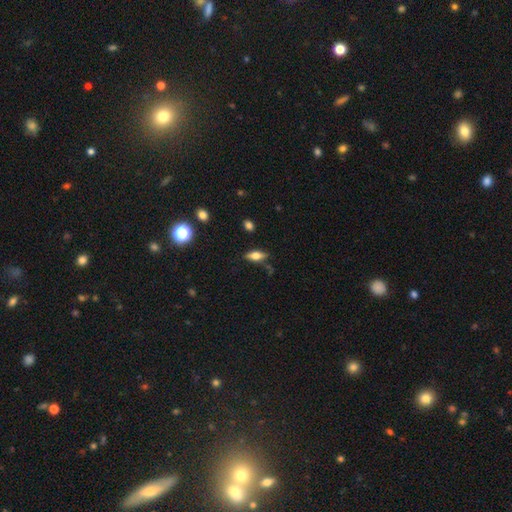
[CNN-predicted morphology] A smooth galaxy with no disk features (57%) that is in between round and cigar-shaped (73%).

Vote fractions:
- Smooth or featured? smooth: 57% / featured or disk: 33% / star or artifact: 10%
- How rounded? in between: 73% / cigar-shaped: 22% / round: 4%
- Merging? none: 76% / minor disturbance: 16% / major disturbance: 4% / merger: 4%